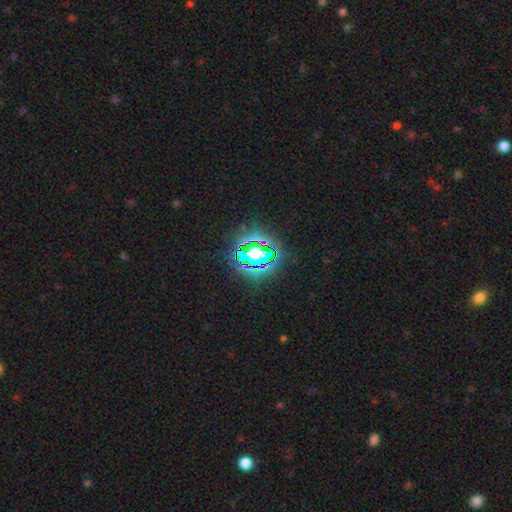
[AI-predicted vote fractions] This appears to be a star or artifact, not a galaxy (68%).